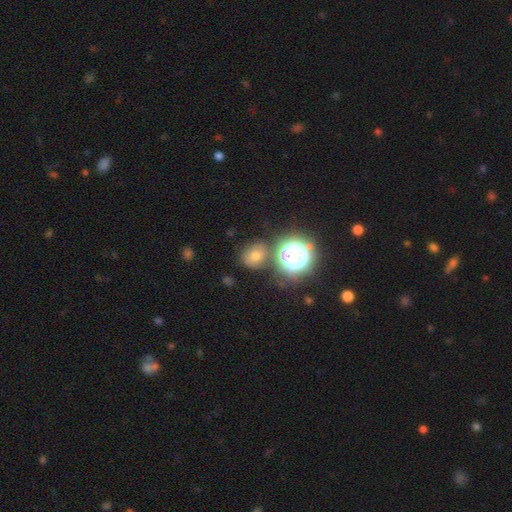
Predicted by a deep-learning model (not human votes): This is likely a smooth galaxy (60%). How rounded: likely round (70%). Merging: likely none (71%).